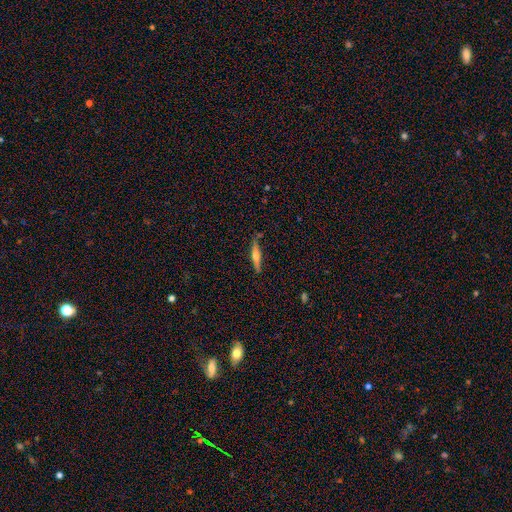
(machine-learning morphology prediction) featured or disk 52%, smooth 42%, star or artifact 6%. Down the decision tree: edge-on disk — yes (96%); merging — none (85%).